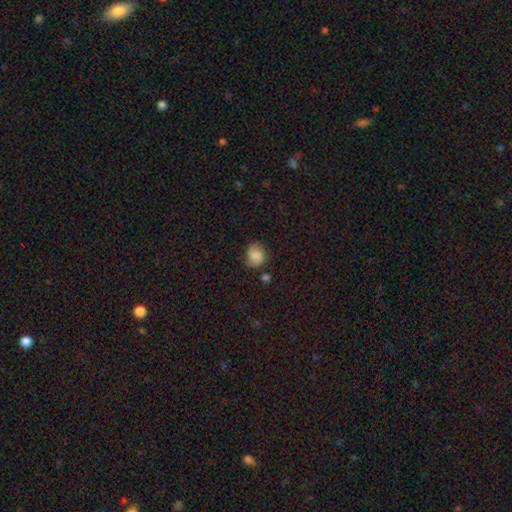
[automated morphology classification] Smooth or featured? smooth (74%)
How rounded? round (67%)
Merging? none (66%)